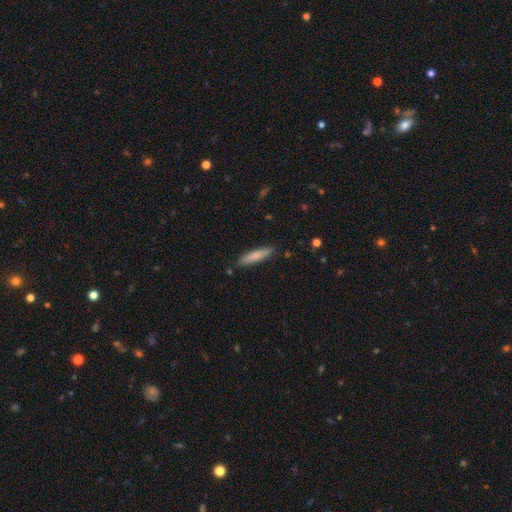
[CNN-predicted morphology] Q: Smooth or featured?
A: smooth (78%); runner-up: featured or disk (16%)
Q: How rounded?
A: cigar-shaped (87%); runner-up: in between (12%)
Q: Merging?
A: none (86%); runner-up: minor disturbance (10%)